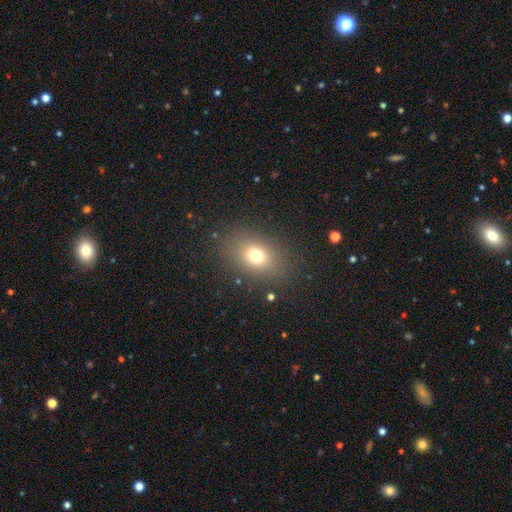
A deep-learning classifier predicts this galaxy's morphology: Smooth or featured? Predicted: smooth (p=0.72). How rounded? Predicted: in between (p=0.64). Merging? Predicted: none (p=0.84).